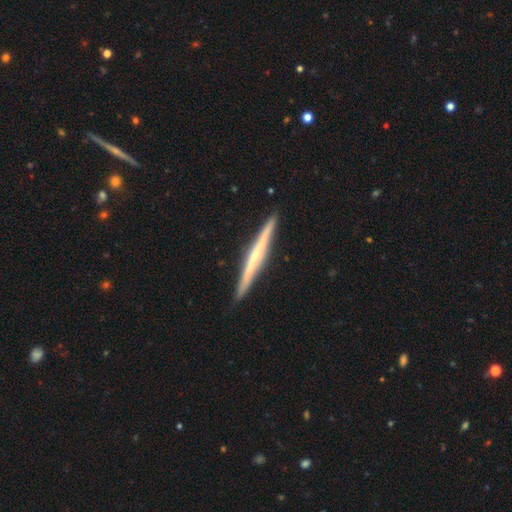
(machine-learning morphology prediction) Q: Smooth or featured?
A: featured or disk (70%); runner-up: smooth (25%)
Q: Edge-on disk?
A: yes (98%); runner-up: no (2%)
Q: Edge-on bulge?
A: none (47%); runner-up: rounded (46%)
Q: Merging?
A: none (91%); runner-up: minor disturbance (6%)